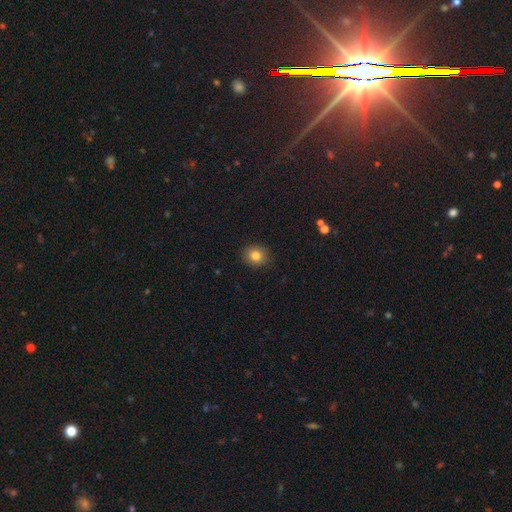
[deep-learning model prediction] The model was most divided on "how rounded": round: 79%, in between: 20%, cigar-shaped: 1%. More confident: merging — none (91%); smooth or featured — smooth (82%).